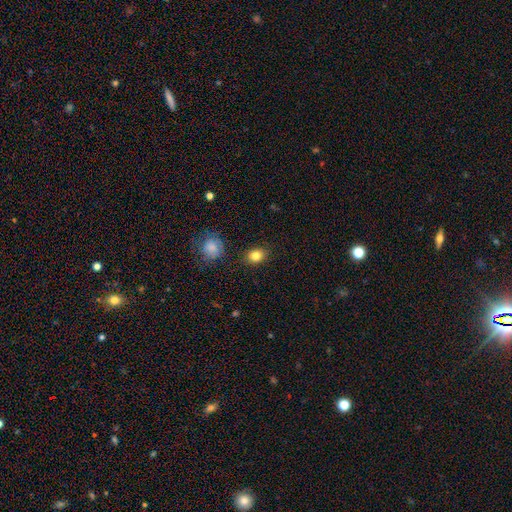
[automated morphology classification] smooth_or_featured: smooth (p=0.83) [alt: star or artifact p=0.11]
how_rounded: round (p=0.50) [alt: in between p=0.49]
merging: none (p=0.86) [alt: minor disturbance p=0.09]